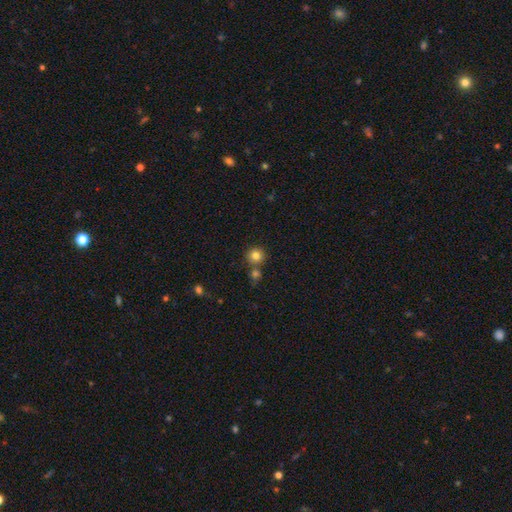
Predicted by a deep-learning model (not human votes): The model was most divided on "merging": none: 70%, merger: 20%, minor disturbance: 8%, major disturbance: 3%. More confident: how rounded — round (91%); smooth or featured — smooth (81%).